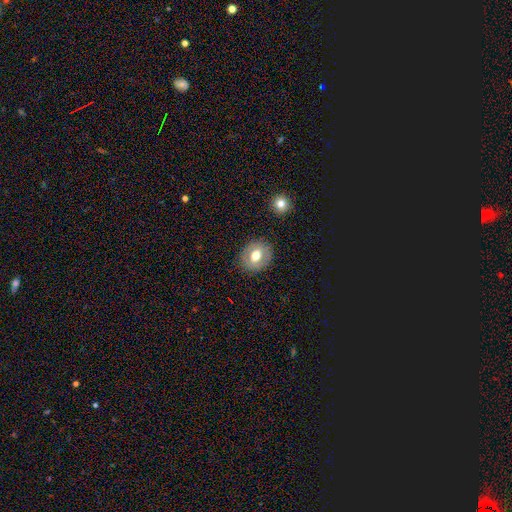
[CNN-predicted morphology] smooth 61%, featured or disk 31%, star or artifact 8%. Down the decision tree: how rounded — round (65%); merging — none (86%).